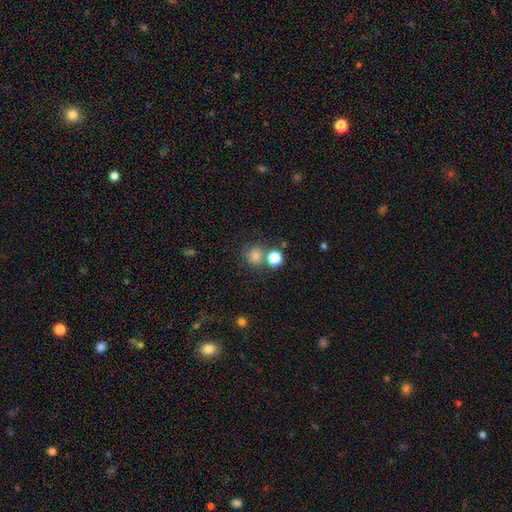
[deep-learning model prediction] A smooth galaxy with no disk features (80%) that is round (90%).

Vote fractions:
- Smooth or featured? smooth: 80% / star or artifact: 13% / featured or disk: 7%
- How rounded? round: 90% / in between: 9% / cigar-shaped: 1%
- Merging? none: 65% / merger: 22% / minor disturbance: 9% / major disturbance: 4%